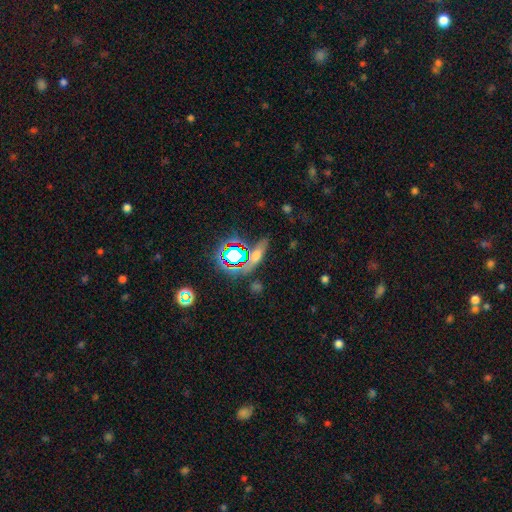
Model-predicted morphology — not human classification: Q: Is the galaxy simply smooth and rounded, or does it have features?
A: smooth — 49%.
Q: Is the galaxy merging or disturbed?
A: none — 74%.